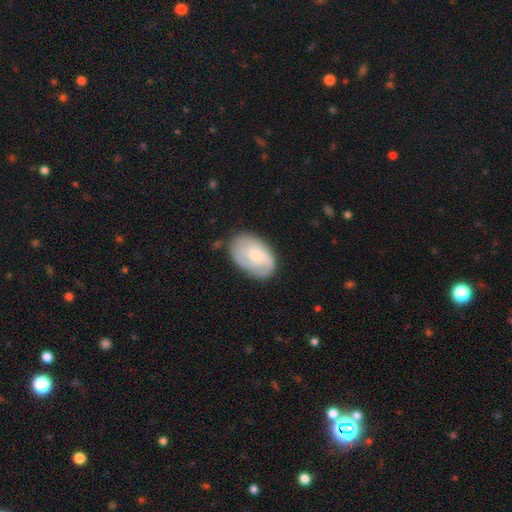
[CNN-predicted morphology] This is possibly a featured or disk galaxy (50%). Merging: likely none (71%).